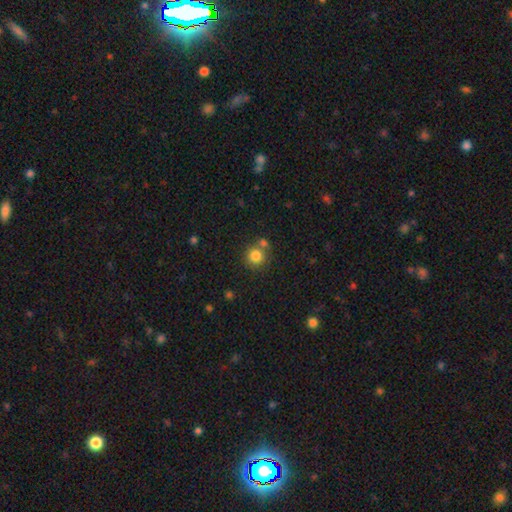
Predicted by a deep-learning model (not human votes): Smooth or featured?
  - smooth: 82% *
  - star or artifact: 11%
  - featured or disk: 7%
How rounded?
  - round: 92% *
  - in between: 7%
  - cigar-shaped: 1%
Merging?
  - none: 68% *
  - merger: 20%
  - minor disturbance: 9%
  - major disturbance: 3%